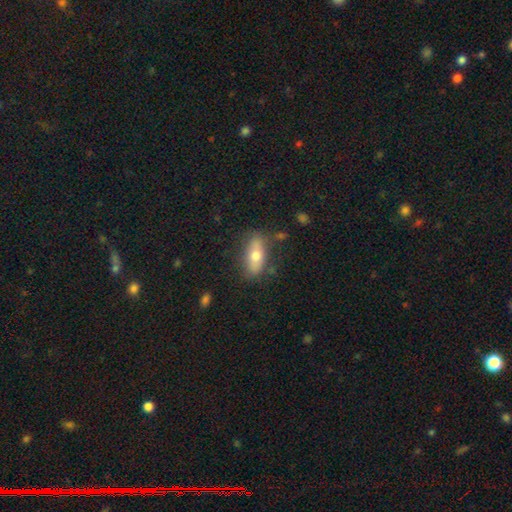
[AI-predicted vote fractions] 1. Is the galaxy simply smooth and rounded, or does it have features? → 63% smooth, 30% featured or disk, 7% star or artifact.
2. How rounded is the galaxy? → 71% in between, 24% cigar-shaped, 4% round.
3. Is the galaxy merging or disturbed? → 77% none, 15% minor disturbance, 4% major disturbance, 3% merger.